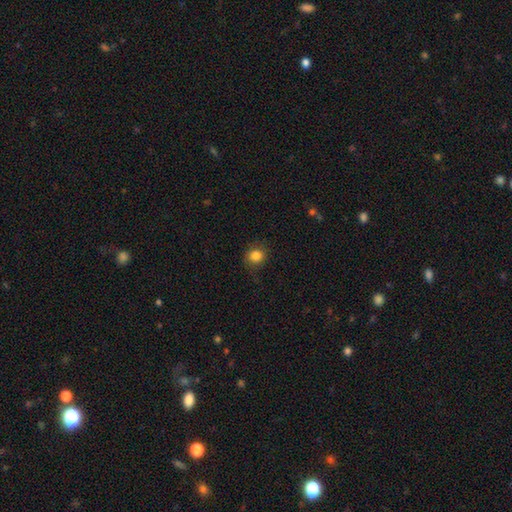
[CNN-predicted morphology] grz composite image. It shows a smooth galaxy with no disk features (84%) that is round (80%). Merging: none (81%).